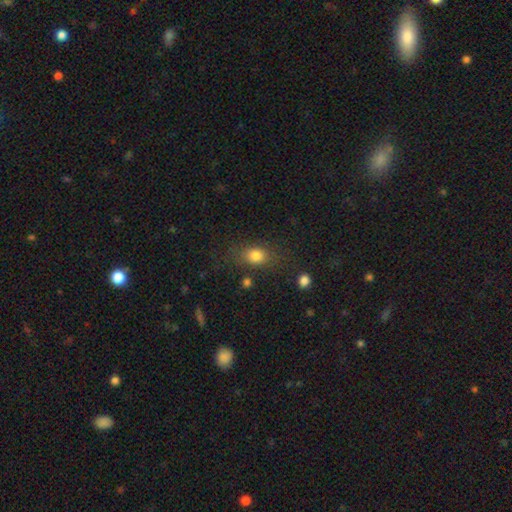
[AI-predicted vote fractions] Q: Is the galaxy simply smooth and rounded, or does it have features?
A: smooth — 81%.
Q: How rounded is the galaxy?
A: in between — 63%.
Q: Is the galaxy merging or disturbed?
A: none — 73%.